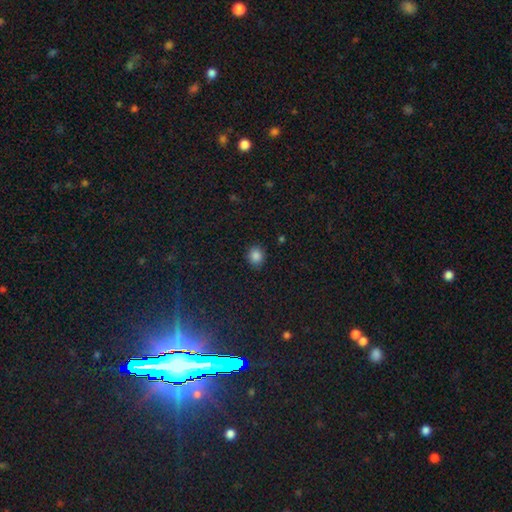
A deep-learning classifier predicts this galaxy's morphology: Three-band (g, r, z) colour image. It shows a smooth galaxy with no disk features (85%) that is round (76%). Merging: none (88%).